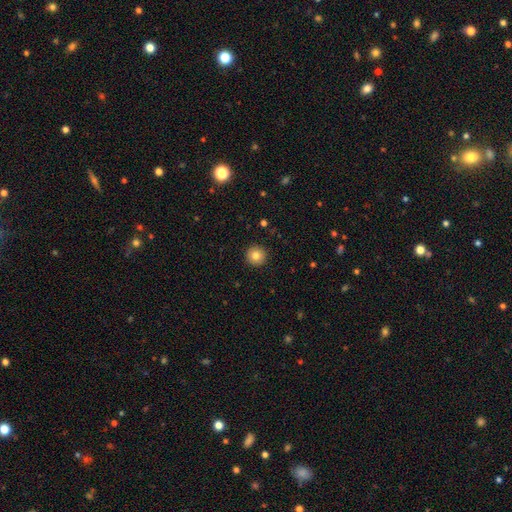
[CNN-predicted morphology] The model was most divided on "smooth or featured": smooth: 82%, star or artifact: 10%, featured or disk: 8%. More confident: how rounded — round (96%); merging — none (93%).